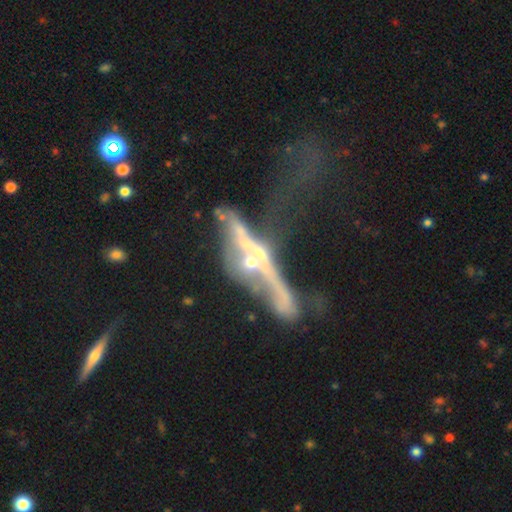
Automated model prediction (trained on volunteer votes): smooth-or-featured: featured or disk: 73% | smooth: 15% | star or artifact: 13%
  disk-edge-on: yes: 63% | no: 37%
  merging: merger: 42% | major disturbance: 27% | none: 19% | minor disturbance: 11%